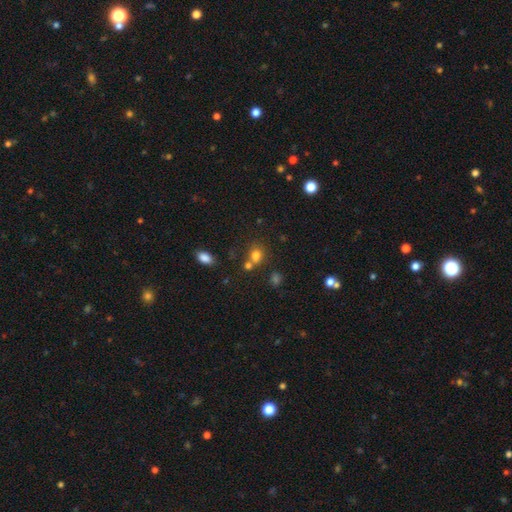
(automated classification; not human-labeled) This is likely a smooth galaxy (76%). How rounded: likely round (63%). Merging: possibly none (51%).